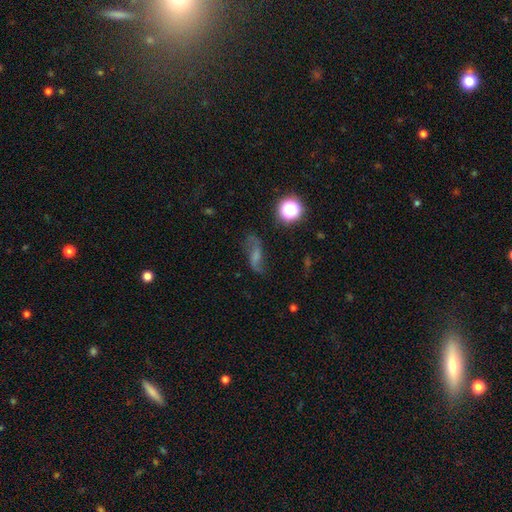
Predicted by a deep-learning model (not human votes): This appears to be a featured or disk galaxy (58%) with a weak bar (42%), spiral arms (89%) and no central bulge (40%). Merging: none (70%).